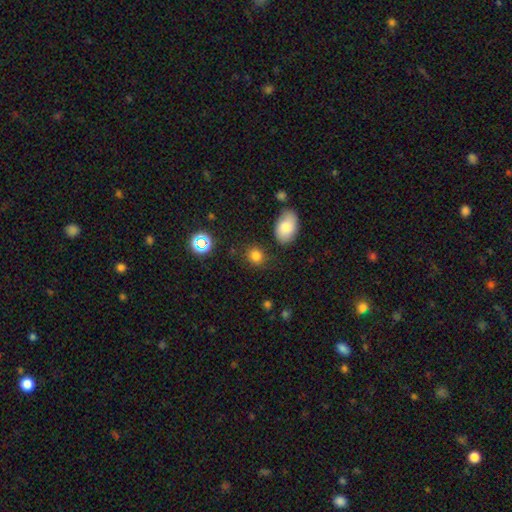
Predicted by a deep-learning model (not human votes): Smooth or featured?
  - smooth: 80% *
  - star or artifact: 14%
  - featured or disk: 6%
How rounded?
  - round: 71% *
  - in between: 27%
  - cigar-shaped: 1%
Merging?
  - none: 80% *
  - minor disturbance: 12%
  - merger: 4%
  - major disturbance: 4%